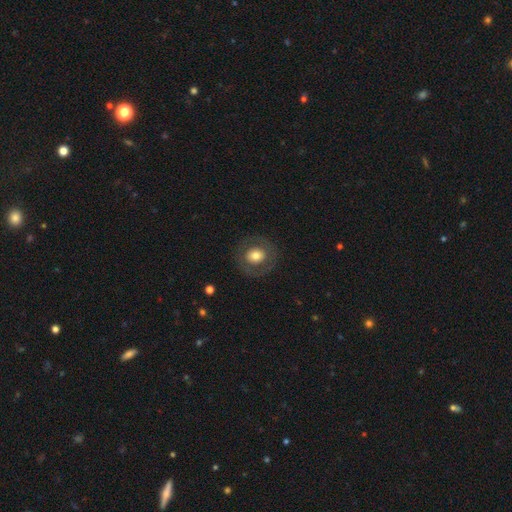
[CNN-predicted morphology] The model was most divided on "smooth or featured": smooth: 62%, featured or disk: 30%, star or artifact: 8%. More confident: merging — none (84%); how rounded — round (82%).